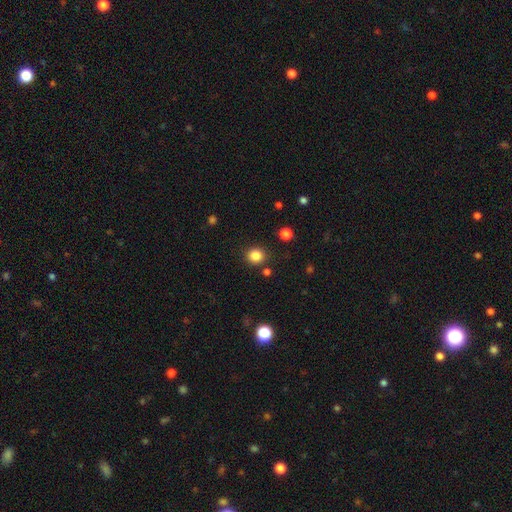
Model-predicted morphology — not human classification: Overall: smooth (84%). How rounded: round (87%). Merging: none (87%).